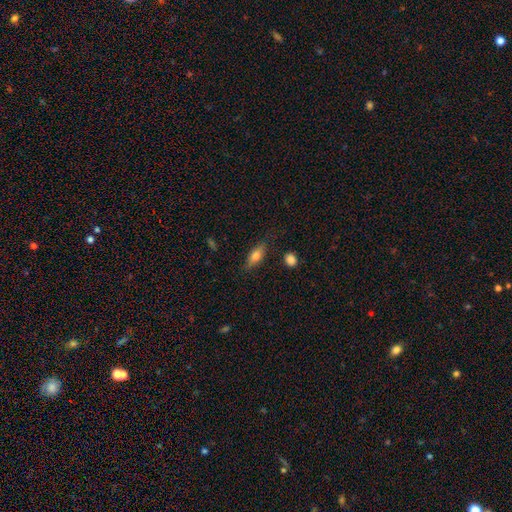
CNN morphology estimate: Smooth or featured? Predicted: smooth (p=0.71). How rounded? Predicted: in between (p=0.71). Merging? Predicted: none (p=0.78).